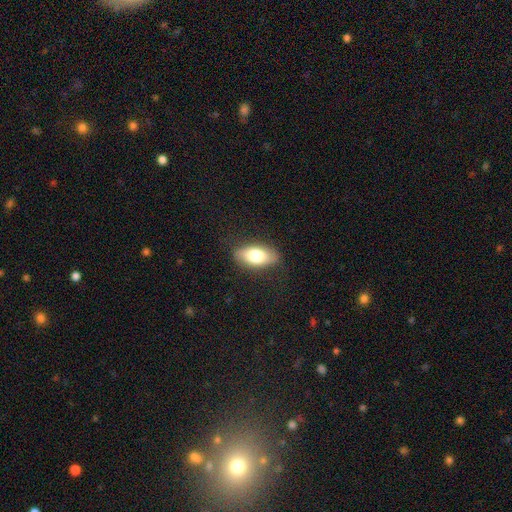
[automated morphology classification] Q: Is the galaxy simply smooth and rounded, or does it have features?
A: smooth — 74%.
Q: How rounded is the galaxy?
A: in between — 91%.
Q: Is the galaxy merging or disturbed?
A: none — 82%.